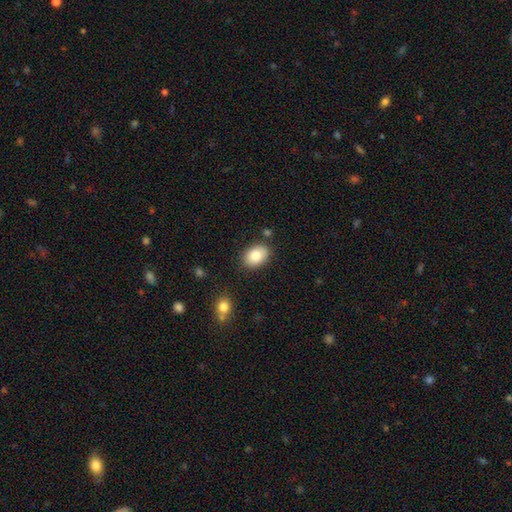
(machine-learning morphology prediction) smooth 83%, featured or disk 10%, star or artifact 7%. Down the decision tree: how rounded — in between (81%); merging — none (84%).